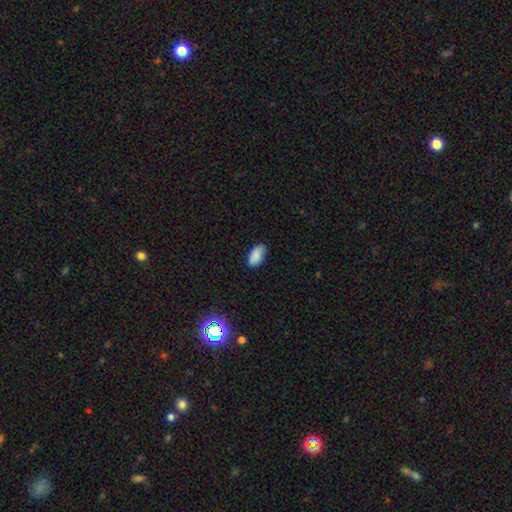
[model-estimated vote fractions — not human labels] Smooth or featured?
  - smooth: 88% *
  - star or artifact: 8%
  - featured or disk: 4%
How rounded?
  - in between: 94% *
  - round: 3%
  - cigar-shaped: 3%
Merging?
  - none: 83% *
  - minor disturbance: 14%
  - major disturbance: 2%
  - merger: 1%